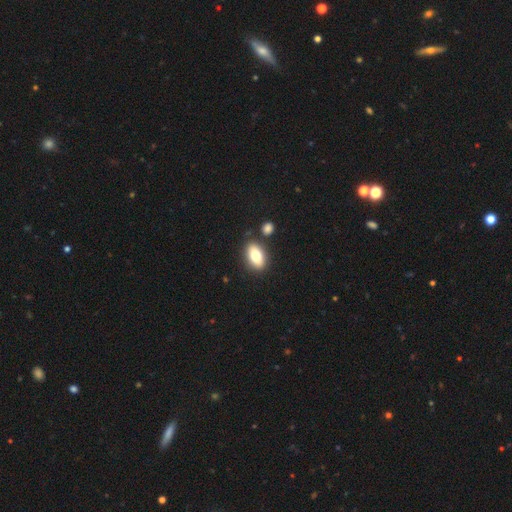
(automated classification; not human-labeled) Smooth or featured? smooth (77%)
How rounded? in between (88%)
Merging? none (79%)